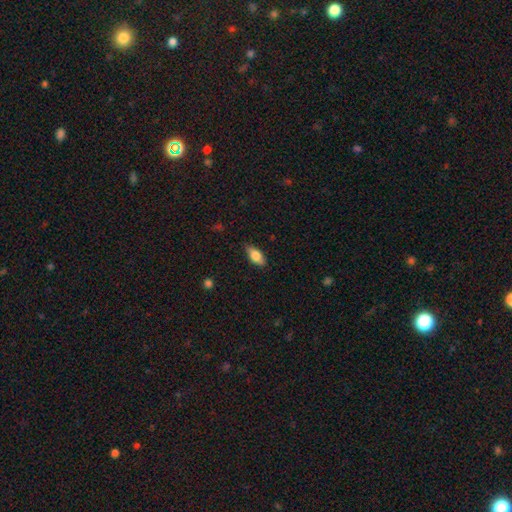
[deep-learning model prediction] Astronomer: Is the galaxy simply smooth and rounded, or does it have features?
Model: smooth — 77%.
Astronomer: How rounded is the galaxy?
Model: in between — 86%.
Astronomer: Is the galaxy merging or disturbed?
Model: none — 84%.